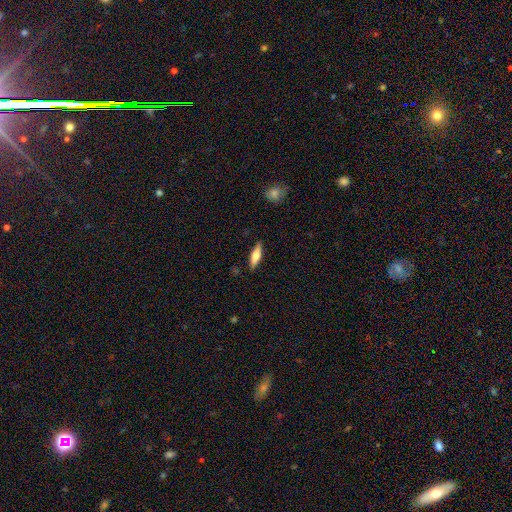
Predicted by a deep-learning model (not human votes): Smooth or featured? smooth (54%)
How rounded? cigar-shaped (61%)
Merging? none (87%)